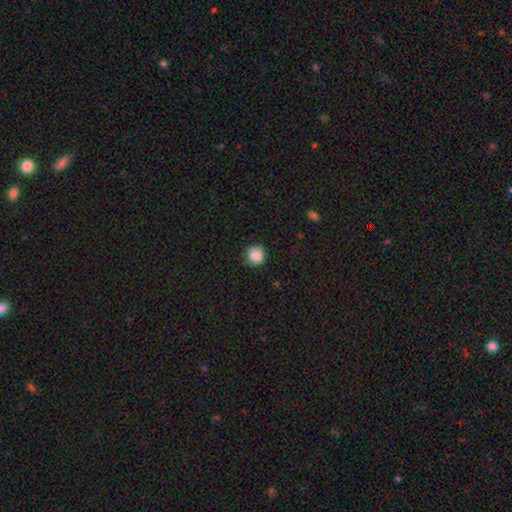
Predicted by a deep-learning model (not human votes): Overall: smooth (86%). How rounded: round (90%). Merging: none (83%).